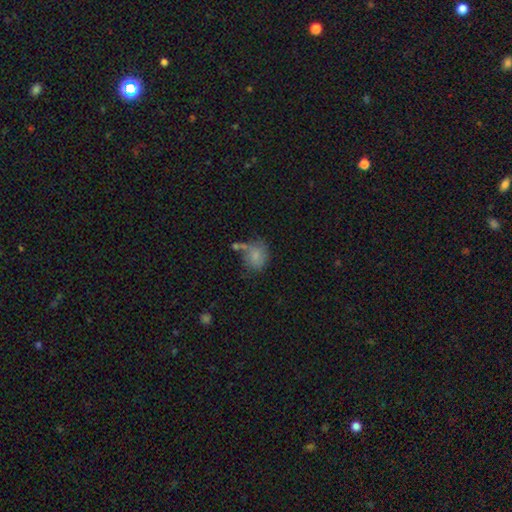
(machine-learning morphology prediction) Overall: smooth (73%). How rounded: in between (50%; round 48%). Merging: none (39%; minor disturbance 24%).